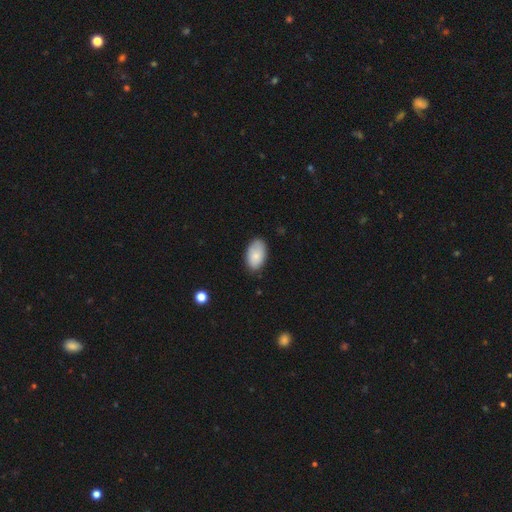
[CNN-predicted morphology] smooth 83%, featured or disk 10%, star or artifact 6%. Down the decision tree: how rounded — in between (94%); merging — none (80%).